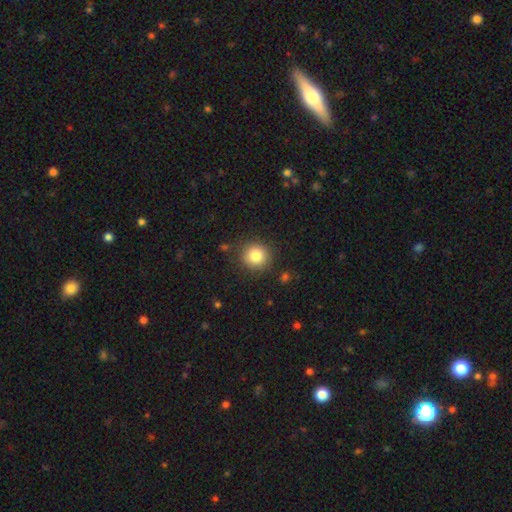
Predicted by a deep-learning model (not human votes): A smooth galaxy with no disk features (83%) that is round (94%). Merging: none (87%).